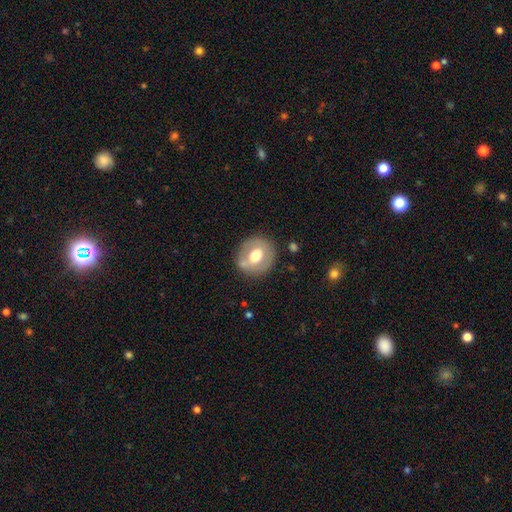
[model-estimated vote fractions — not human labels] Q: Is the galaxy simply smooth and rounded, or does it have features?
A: smooth — 53%.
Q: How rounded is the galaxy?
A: round — 81%.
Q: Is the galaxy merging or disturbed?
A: none — 76%.